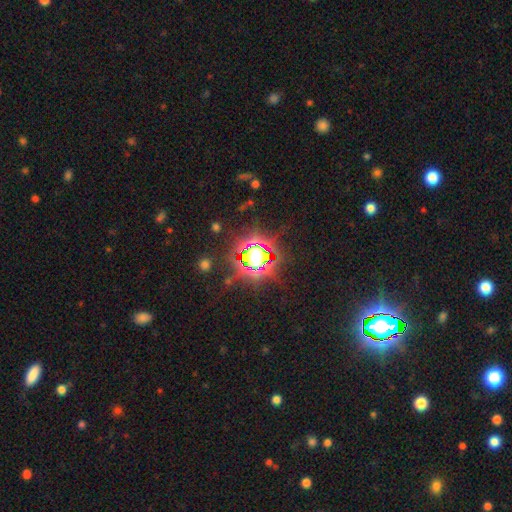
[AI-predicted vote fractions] A star or artifact, not a galaxy (75%).

Vote fractions:
- Smooth or featured? star or artifact: 75% / smooth: 15% / featured or disk: 10%